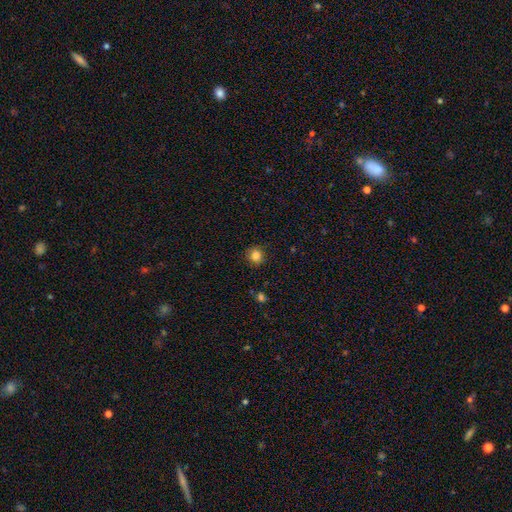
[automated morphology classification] The model was most divided on "smooth or featured": smooth: 84%, star or artifact: 12%, featured or disk: 4%. More confident: how rounded — round (88%); merging — none (86%).